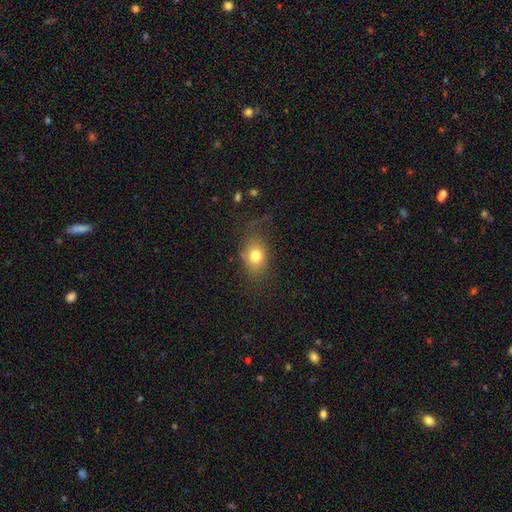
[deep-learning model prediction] smooth 77%, featured or disk 13%, star or artifact 10%. Down the decision tree: how rounded — in between (67%); merging — none (68%).